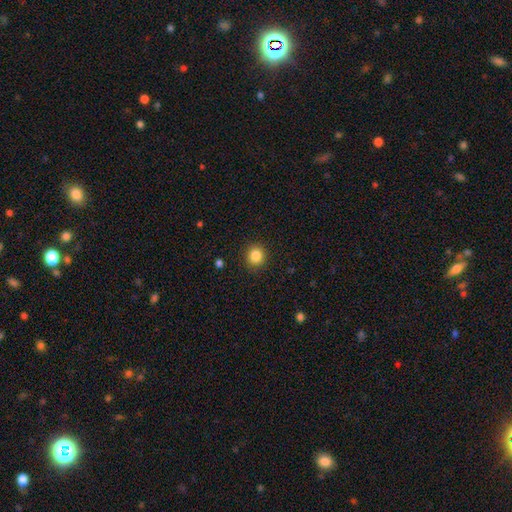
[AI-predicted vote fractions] Smooth or featured? smooth (85%)
How rounded? round (87%)
Merging? none (91%)